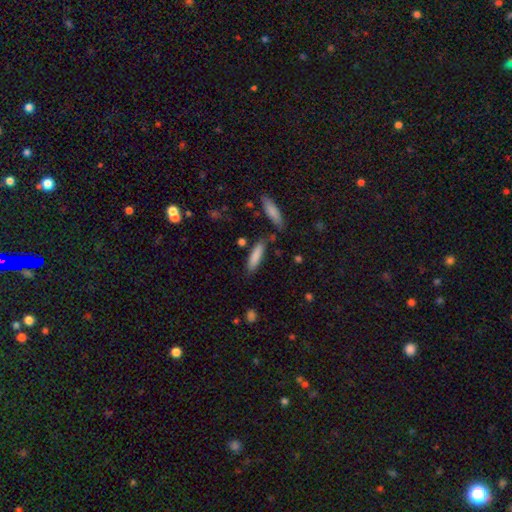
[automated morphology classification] A smooth galaxy with no disk features (84%) that is cigar-shaped (70%). Merging: none (73%).